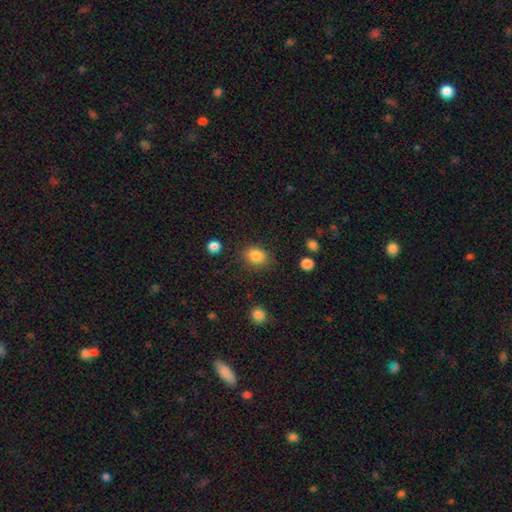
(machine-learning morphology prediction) Smooth or featured: smooth — 86% (star or artifact — 10%)
How rounded: in between — 61% (round — 38%)
Merging: none — 81% (minor disturbance — 13%)